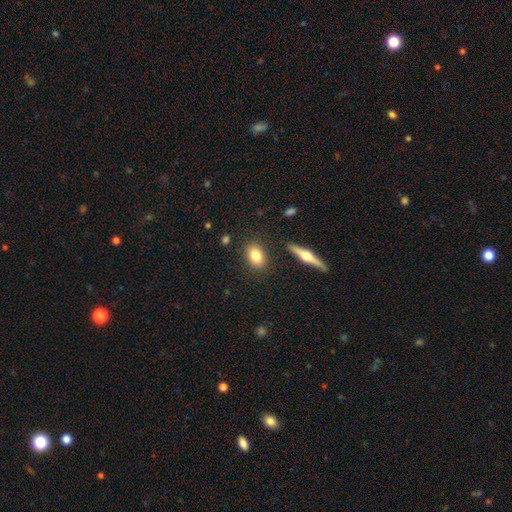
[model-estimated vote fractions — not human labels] Smooth or featured? Predicted: smooth (p=0.79). How rounded? Predicted: in between (p=0.77). Merging? Predicted: none (p=0.86).